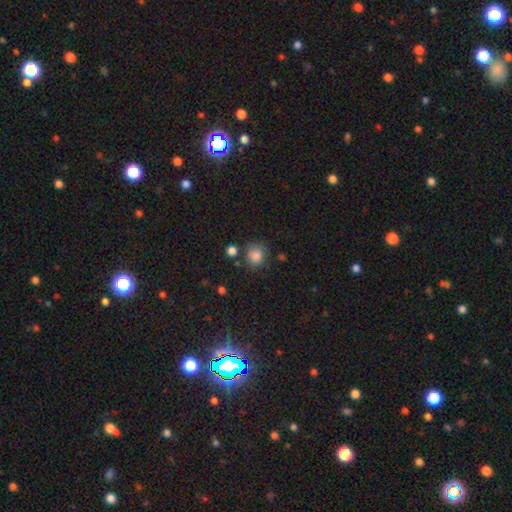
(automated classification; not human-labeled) smooth-or-featured: smooth: 84% | star or artifact: 11% | featured or disk: 6%
  how-rounded: round: 83% | in between: 16% | cigar-shaped: 1%
  merging: none: 70% | minor disturbance: 17% | merger: 7% | major disturbance: 6%